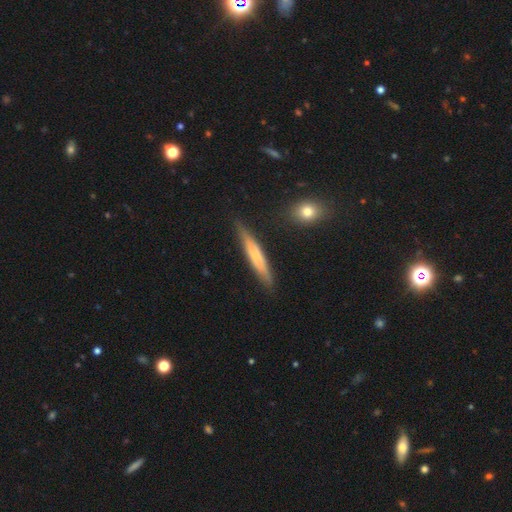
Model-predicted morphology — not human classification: The model was most divided on "smooth or featured": smooth: 49%, featured or disk: 45%, star or artifact: 6%. More confident: merging — none (83%).